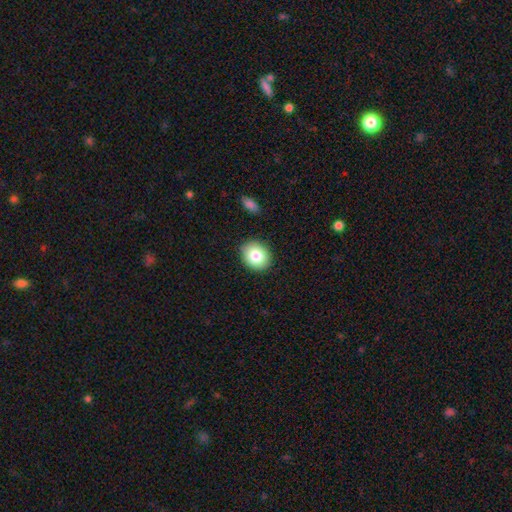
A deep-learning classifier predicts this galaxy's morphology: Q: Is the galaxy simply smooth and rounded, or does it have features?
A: smooth — 81%.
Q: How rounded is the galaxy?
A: round — 63%.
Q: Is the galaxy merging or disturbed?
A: none — 88%.